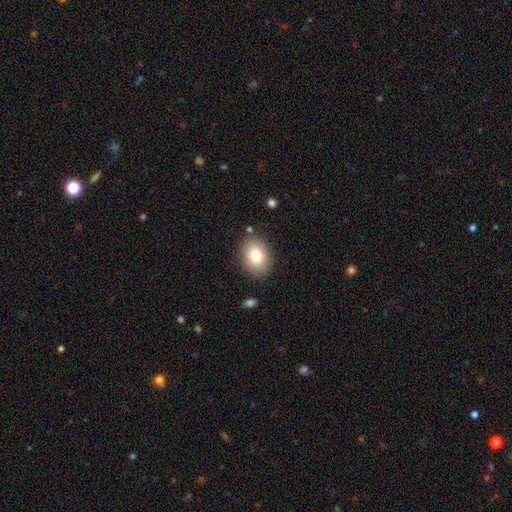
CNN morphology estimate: Smooth or featured? smooth (80%)
How rounded? in between (71%)
Merging? none (85%)